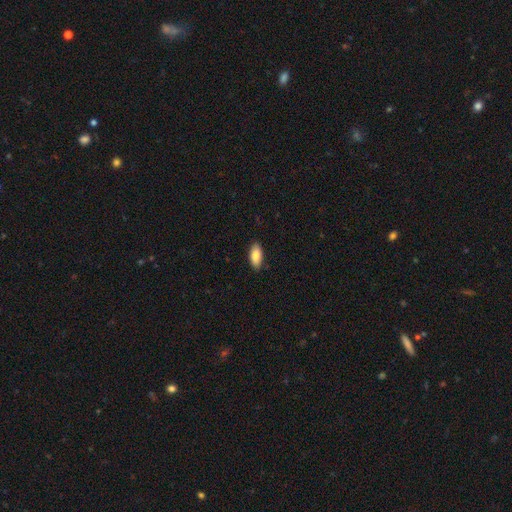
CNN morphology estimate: Smooth or featured?
  - smooth: 87% *
  - featured or disk: 7%
  - star or artifact: 6%
How rounded?
  - in between: 89% *
  - cigar-shaped: 9%
  - round: 2%
Merging?
  - none: 88% *
  - minor disturbance: 9%
  - major disturbance: 2%
  - merger: 1%